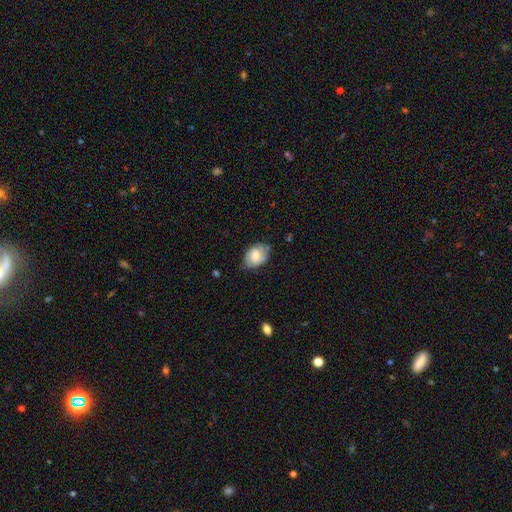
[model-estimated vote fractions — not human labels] Morphology: type=smooth (60%); roundness=in between (79%); merging=none (65%).